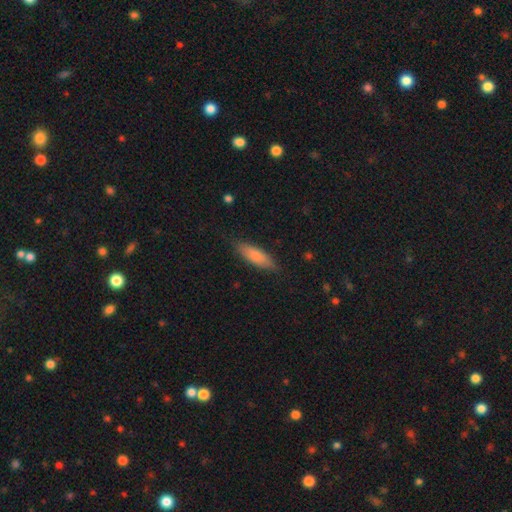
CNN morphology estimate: Overall: smooth (82%). How rounded: cigar-shaped (54%; in between 45%). Merging: none (83%).